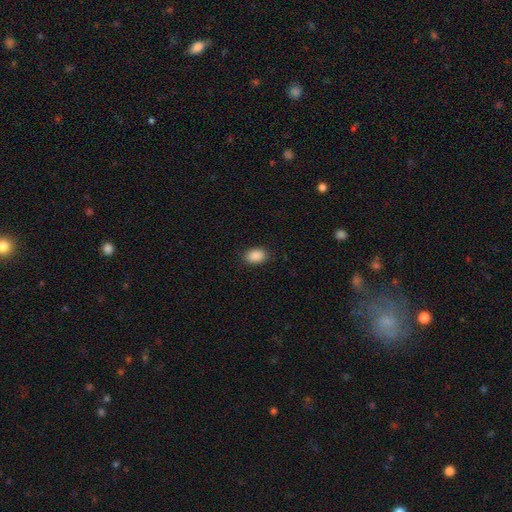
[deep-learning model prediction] Smooth or featured? smooth (90%)
How rounded? in between (83%)
Merging? none (88%)